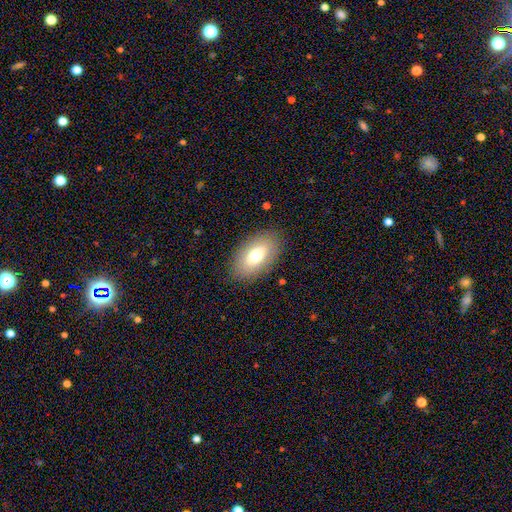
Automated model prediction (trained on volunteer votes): This is likely a smooth galaxy (70%). How rounded: clearly in between (92%). Merging: clearly none (86%).